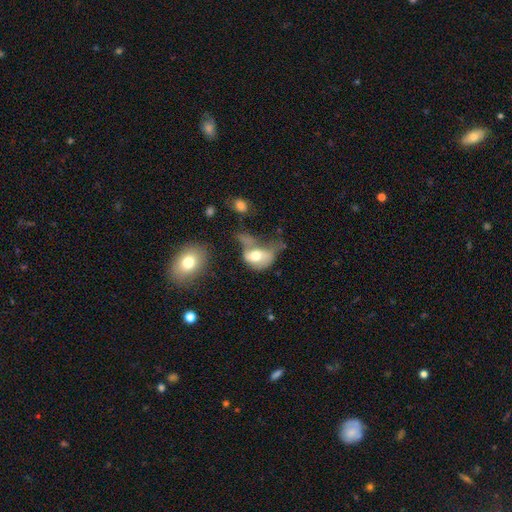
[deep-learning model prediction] This appears to be a smooth galaxy with no disk features (53%) that is in between round and cigar-shaped (74%). Merging: major disturbance (41%).